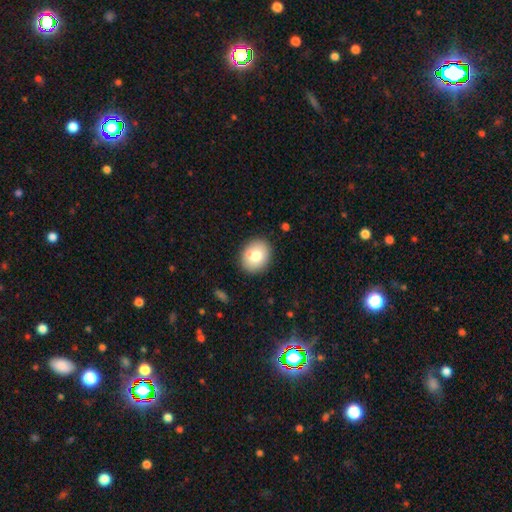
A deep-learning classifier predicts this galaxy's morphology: Smooth or featured? Predicted: smooth (p=0.75). How rounded? Predicted: round (p=0.62). Merging? Predicted: none (p=0.84).